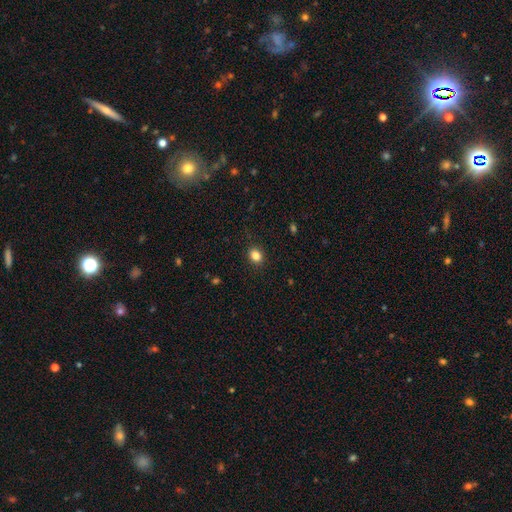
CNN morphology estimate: A smooth galaxy with no disk features (84%) that is round (52%).

Vote fractions:
- Smooth or featured? smooth: 84% / star or artifact: 11% / featured or disk: 5%
- How rounded? round: 52% / in between: 47% / cigar-shaped: 1%
- Merging? none: 89% / minor disturbance: 8% / major disturbance: 2% / merger: 1%